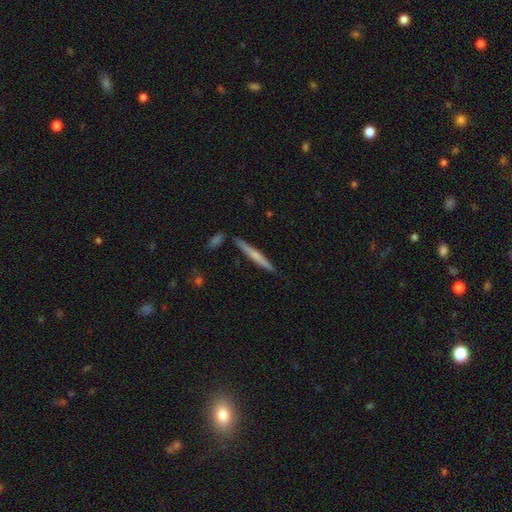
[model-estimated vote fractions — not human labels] Smooth or featured?
  - smooth: 51% *
  - featured or disk: 44%
  - star or artifact: 6%
How rounded?
  - cigar-shaped: 96% *
  - in between: 3%
  - round: 2%
Merging?
  - none: 86% *
  - minor disturbance: 8%
  - merger: 4%
  - major disturbance: 2%